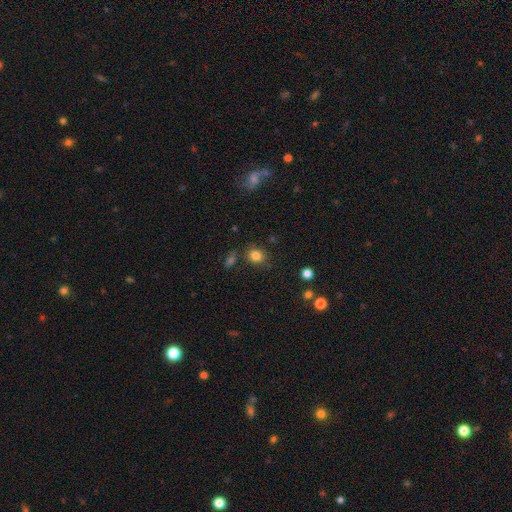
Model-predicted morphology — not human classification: type=smooth (82%); roundness=round (69%); merging=none (77%).